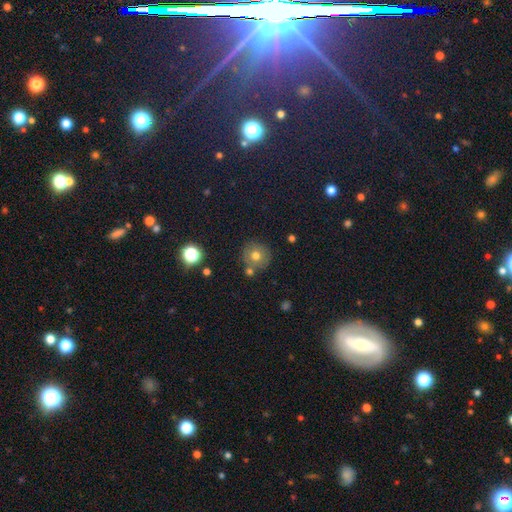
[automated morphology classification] The model was most divided on "smooth or featured": smooth: 69%, featured or disk: 17%, star or artifact: 14%. More confident: how rounded — round (92%); merging — none (73%).